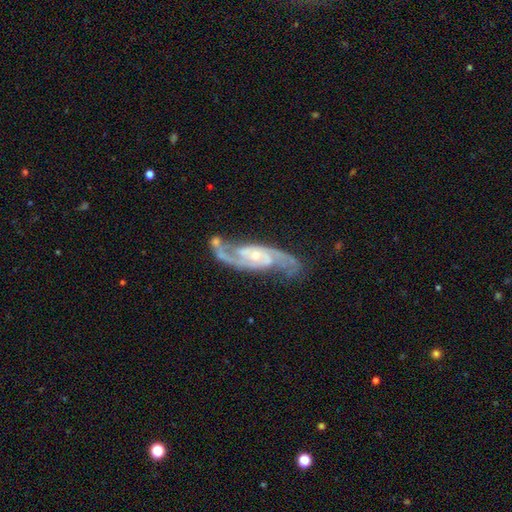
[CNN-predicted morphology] Smooth or featured? Predicted: featured or disk (p=0.91). Edge-on disk? Predicted: no (p=0.93). Bar? Predicted: no (p=0.52). Spiral arms? Predicted: yes (p=0.98). Spiral winding? Predicted: medium (p=0.55). Spiral arm count? Predicted: 2 (p=0.87). Bulge size? Predicted: small (p=0.57). Merging? Predicted: none (p=0.68).